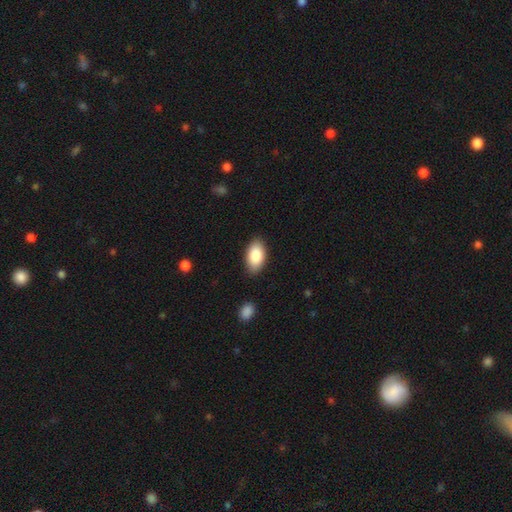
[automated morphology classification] Smooth or featured? smooth (86%)
How rounded? in between (94%)
Merging? none (87%)